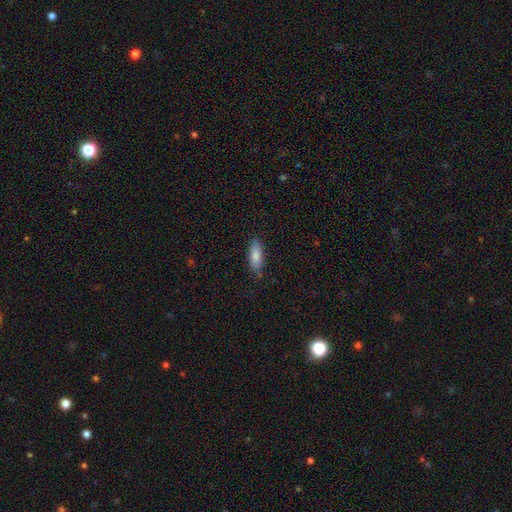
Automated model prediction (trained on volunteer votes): The model was most divided on "how rounded": in between: 74%, cigar-shaped: 24%, round: 2%. More confident: smooth or featured — smooth (84%); merging — none (78%).